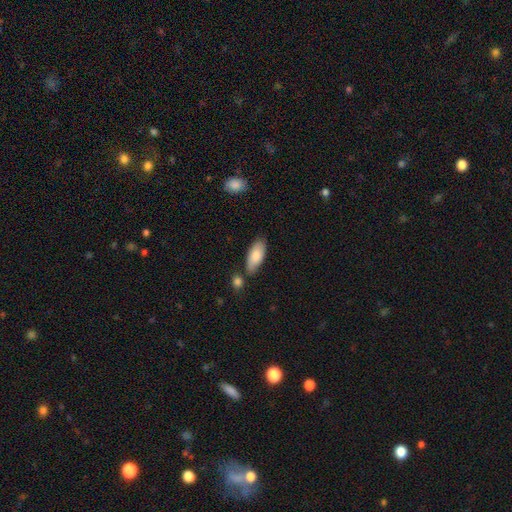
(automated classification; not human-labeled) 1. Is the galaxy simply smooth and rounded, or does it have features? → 84% smooth, 11% featured or disk, 6% star or artifact.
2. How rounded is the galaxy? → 85% in between, 13% cigar-shaped, 2% round.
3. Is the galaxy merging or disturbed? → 71% none, 16% minor disturbance, 9% merger, 3% major disturbance.